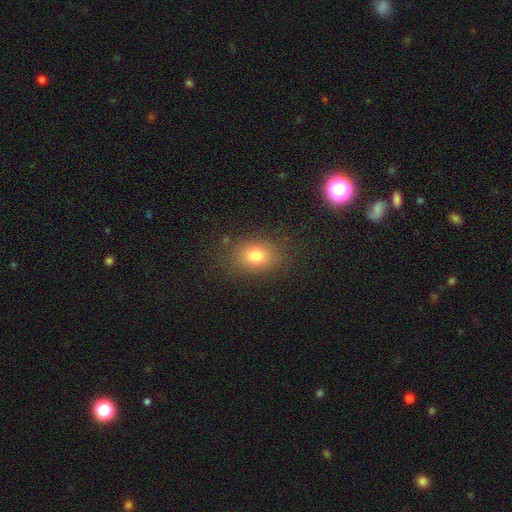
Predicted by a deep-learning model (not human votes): Q: Smooth or featured?
A: smooth (78%); runner-up: star or artifact (12%)
Q: How rounded?
A: in between (68%); runner-up: round (31%)
Q: Merging?
A: none (83%); runner-up: minor disturbance (11%)